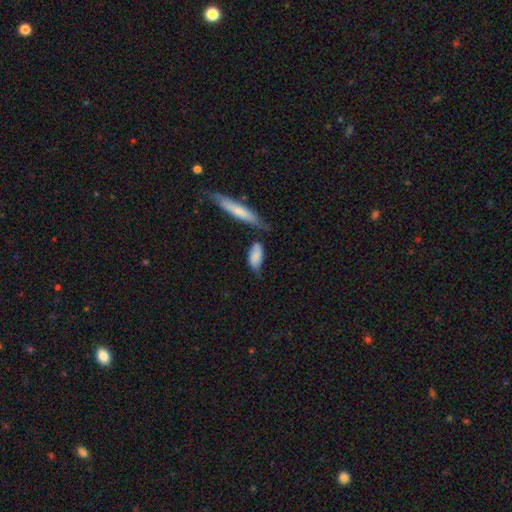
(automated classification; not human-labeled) Overall: smooth (80%). How rounded: in between (82%). Merging: none (46%; minor disturbance 30%).